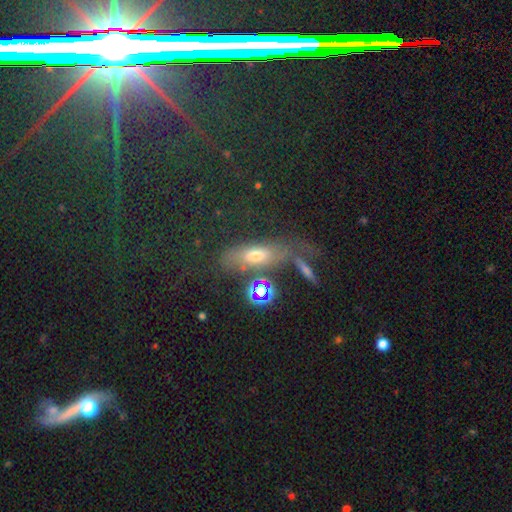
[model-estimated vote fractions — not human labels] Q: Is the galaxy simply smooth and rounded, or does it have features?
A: smooth — 54%.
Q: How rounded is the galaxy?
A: in between — 56%.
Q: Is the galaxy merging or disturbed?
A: none — 59%.